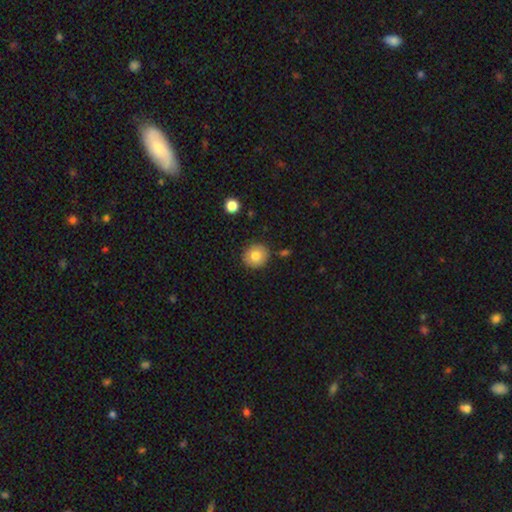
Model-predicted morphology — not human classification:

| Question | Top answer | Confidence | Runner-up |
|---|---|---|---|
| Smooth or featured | smooth | 81% | featured or disk (10%) |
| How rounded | round | 86% | in between (13%) |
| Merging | none | 87% | minor disturbance (9%) |